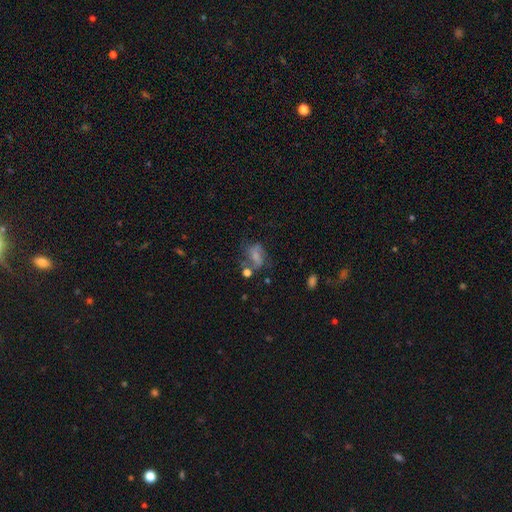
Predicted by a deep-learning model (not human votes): smooth_or_featured: smooth (p=0.43) [tied with: featured or disk p=0.43]
merging: none (p=0.41) [alt: minor disturbance p=0.23]